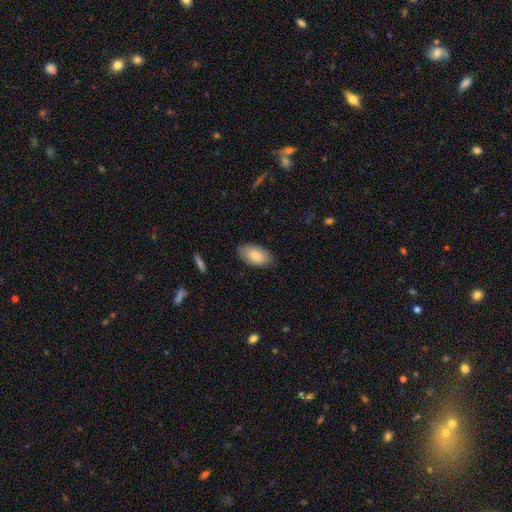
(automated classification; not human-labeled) Smooth or featured? smooth (85%)
How rounded? in between (95%)
Merging? none (84%)